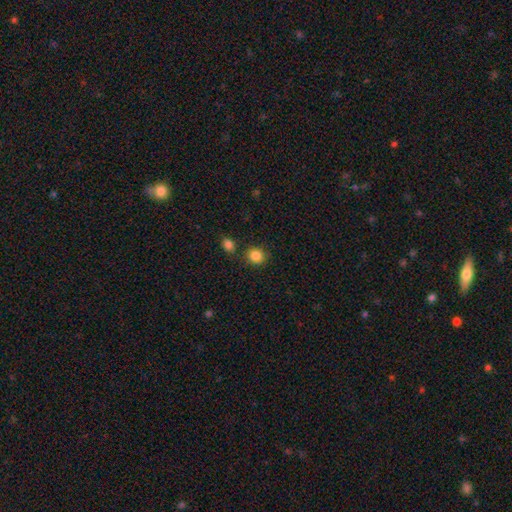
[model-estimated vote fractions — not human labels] smooth_or_featured: smooth (p=0.86) [alt: star or artifact p=0.10]
how_rounded: round (p=0.85) [alt: in between p=0.14]
merging: none (p=0.83) [alt: minor disturbance p=0.08]